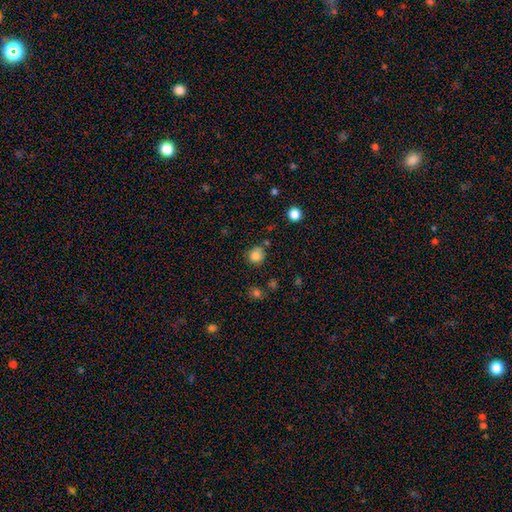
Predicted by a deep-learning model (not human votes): This is clearly a smooth galaxy (82%). How rounded: clearly round (88%). Merging: likely none (78%).